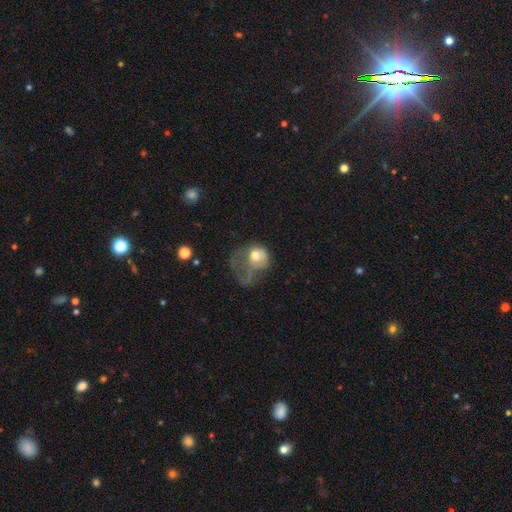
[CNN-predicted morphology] Smooth or featured? Predicted: smooth (p=0.58). How rounded? Predicted: round (p=0.53). Merging? Predicted: major disturbance (p=0.66).